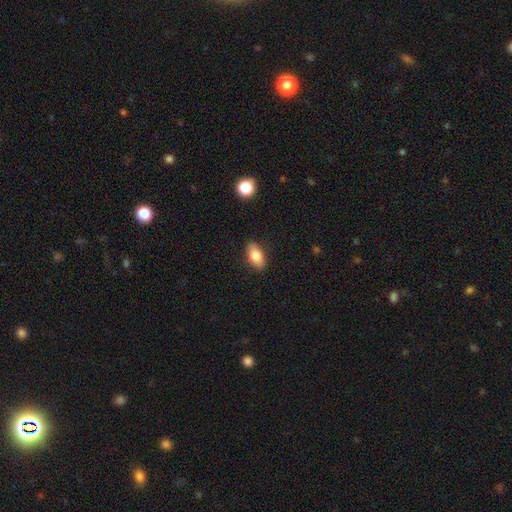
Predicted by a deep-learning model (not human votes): smooth-or-featured: smooth: 79% | featured or disk: 14% | star or artifact: 7%
  how-rounded: in between: 88% | cigar-shaped: 7% | round: 5%
  merging: none: 88% | minor disturbance: 9% | major disturbance: 2% | merger: 1%